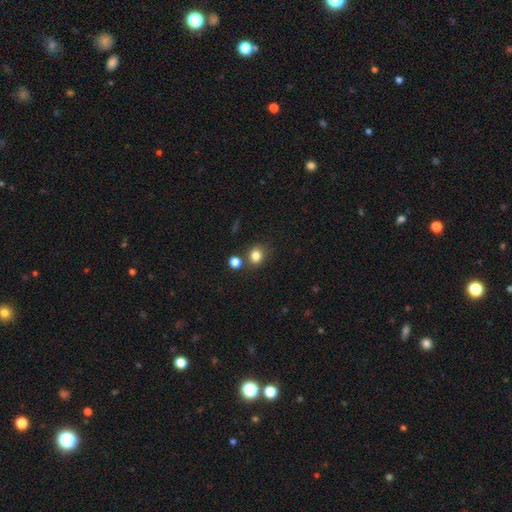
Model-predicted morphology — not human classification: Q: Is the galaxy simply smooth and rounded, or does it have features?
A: smooth — 82%.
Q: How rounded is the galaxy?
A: round — 73%.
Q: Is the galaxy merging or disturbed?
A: none — 72%.